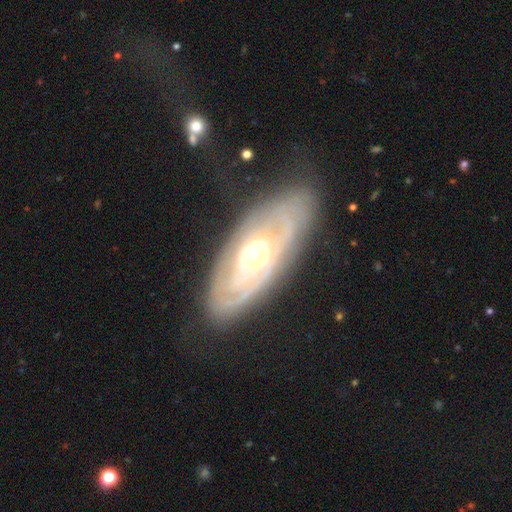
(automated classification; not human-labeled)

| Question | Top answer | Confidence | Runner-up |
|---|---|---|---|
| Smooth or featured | featured or disk | 82% | smooth (13%) |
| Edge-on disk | no | 86% | yes (14%) |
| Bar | no | 64% | weak (27%) |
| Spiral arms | yes | 88% | no (12%) |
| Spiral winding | tight | 73% | medium (21%) |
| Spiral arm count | can't tell | 50% | 2 (23%) |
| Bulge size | moderate | 56% | small (38%) |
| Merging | none | 78% | minor disturbance (15%) |